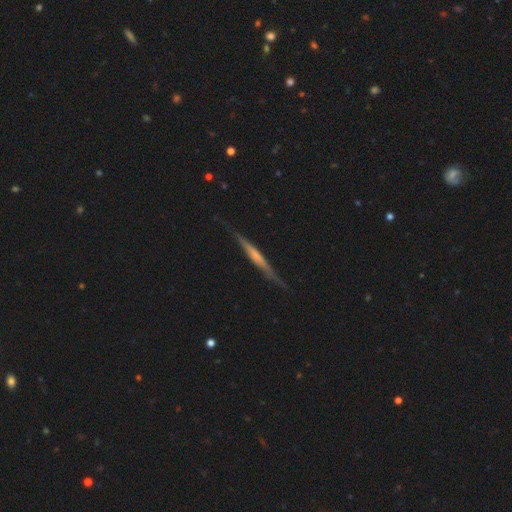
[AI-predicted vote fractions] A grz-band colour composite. It shows a featured or disk galaxy (61%) viewed edge-on (96%) with no central bulge (53%). Merging: none (82%).